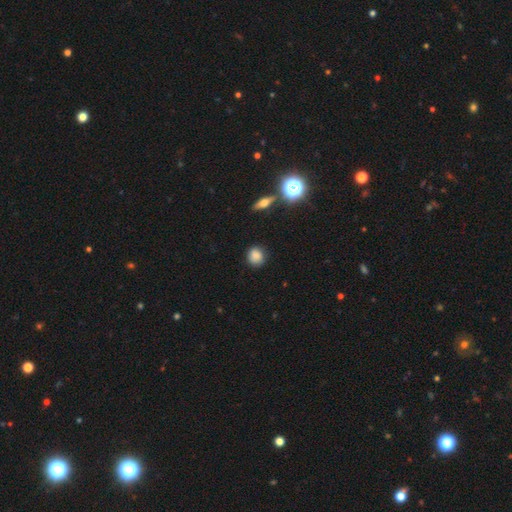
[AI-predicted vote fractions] A smooth galaxy with no disk features (83%) that is round (78%).

Vote fractions:
- Smooth or featured? smooth: 83% / star or artifact: 11% / featured or disk: 6%
- How rounded? round: 78% / in between: 20% / cigar-shaped: 2%
- Merging? none: 84% / minor disturbance: 12% / major disturbance: 3% / merger: 2%